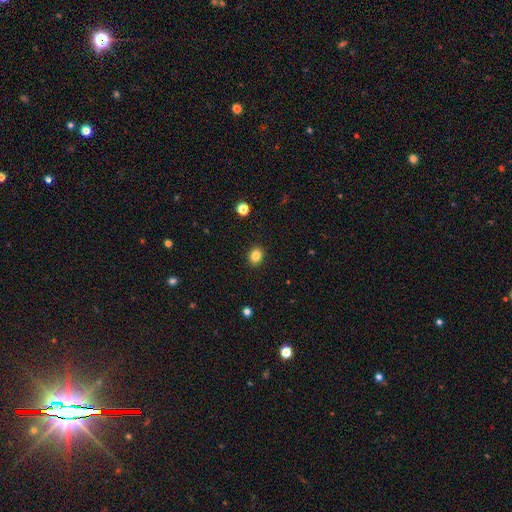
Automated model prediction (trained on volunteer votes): A smooth galaxy with no disk features (84%) that is round (59%). Merging: none (91%).